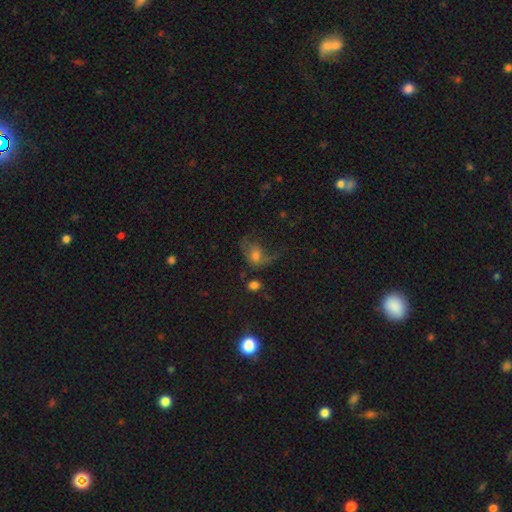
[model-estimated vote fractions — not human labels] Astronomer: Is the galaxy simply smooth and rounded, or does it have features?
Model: smooth — 50% (runner-up: featured or disk, 35%).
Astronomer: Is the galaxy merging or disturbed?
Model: major disturbance — 48% (runner-up: none, 26%).